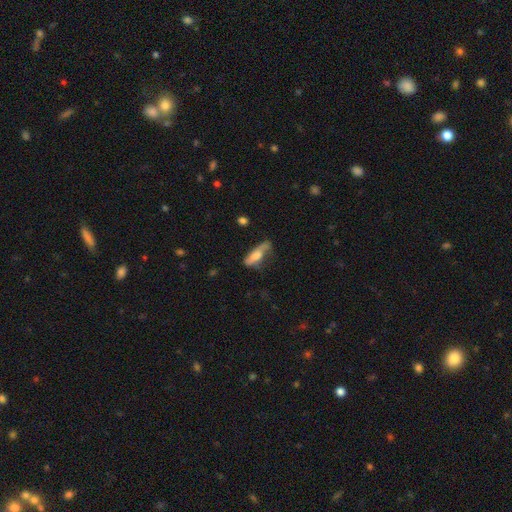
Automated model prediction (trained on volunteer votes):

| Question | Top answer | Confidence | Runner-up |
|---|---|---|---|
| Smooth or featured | smooth | 62% | featured or disk (30%) |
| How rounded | in between | 58% | cigar-shaped (40%) |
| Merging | none | 38% | minor disturbance (33%) |